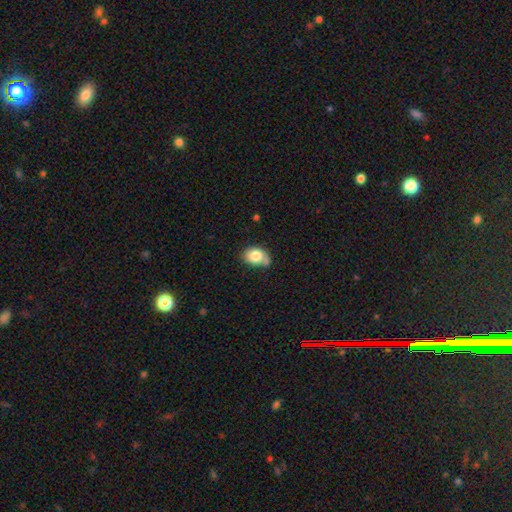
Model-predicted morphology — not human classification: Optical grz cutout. It shows a smooth galaxy with no disk features (82%) that is in between round and cigar-shaped (69%). Merging: none (50%).